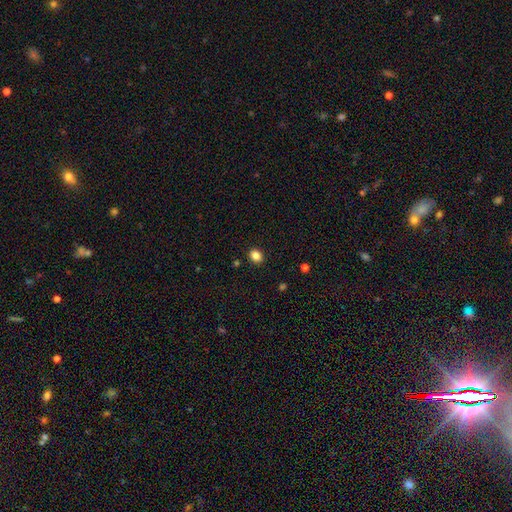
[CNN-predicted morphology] A smooth galaxy with no disk features (85%) that is round (60%).

Vote fractions:
- Smooth or featured? smooth: 85% / star or artifact: 11% / featured or disk: 4%
- How rounded? round: 60% / in between: 39% / cigar-shaped: 1%
- Merging? none: 91% / minor disturbance: 6% / major disturbance: 2% / merger: 1%